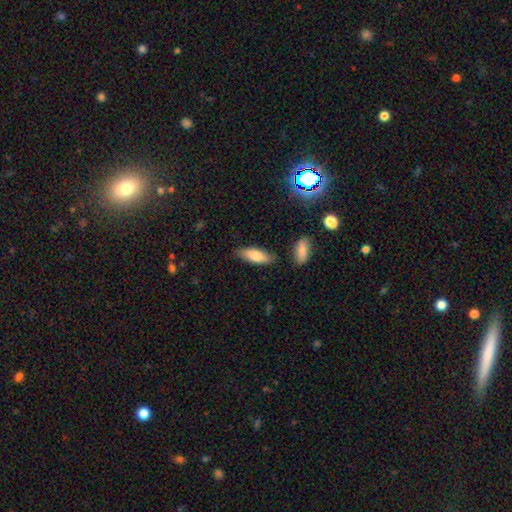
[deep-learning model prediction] Smooth or featured?
  - smooth: 81% *
  - featured or disk: 12%
  - star or artifact: 6%
How rounded?
  - in between: 68% *
  - cigar-shaped: 29%
  - round: 2%
Merging?
  - none: 79% *
  - minor disturbance: 14%
  - merger: 4%
  - major disturbance: 3%